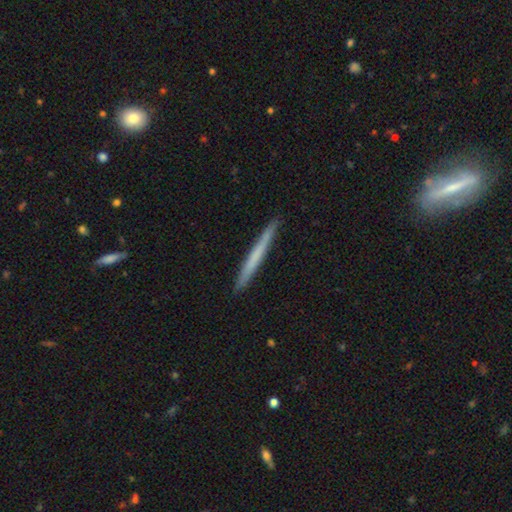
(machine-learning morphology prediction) Smooth or featured: smooth — 57% (featured or disk — 38%)
How rounded: cigar-shaped — 97% (in between — 1%)
Merging: none — 92% (minor disturbance — 6%)